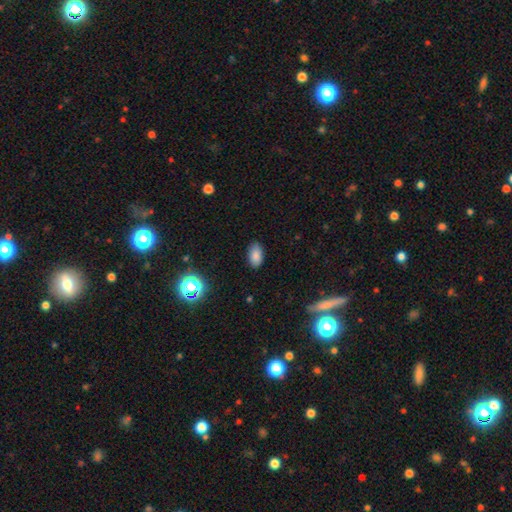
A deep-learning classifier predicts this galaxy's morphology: smooth-or-featured: smooth: 84% | star or artifact: 11% | featured or disk: 6%
  how-rounded: in between: 92% | round: 6% | cigar-shaped: 2%
  merging: none: 84% | minor disturbance: 12% | major disturbance: 3% | merger: 1%